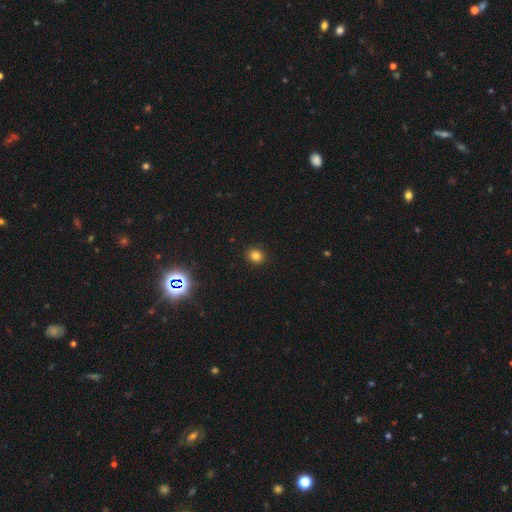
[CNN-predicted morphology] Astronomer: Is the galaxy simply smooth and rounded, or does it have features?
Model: smooth — 82%.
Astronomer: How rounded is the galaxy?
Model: round — 77%.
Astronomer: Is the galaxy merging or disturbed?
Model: none — 91%.